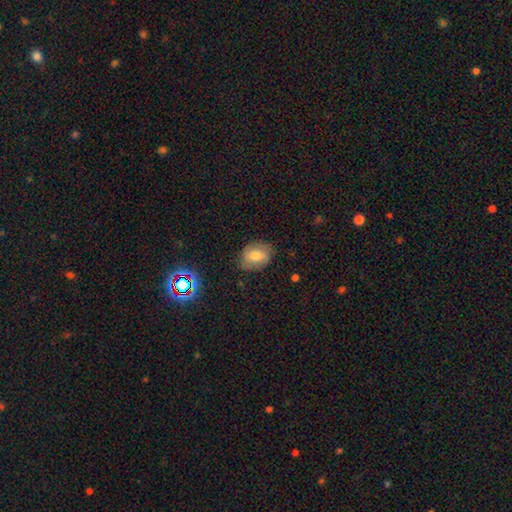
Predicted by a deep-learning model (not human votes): smooth_or_featured: smooth (p=0.65) [alt: featured or disk p=0.24]
how_rounded: in between (p=0.58) [alt: round p=0.40]
merging: none (p=0.76) [alt: minor disturbance p=0.18]